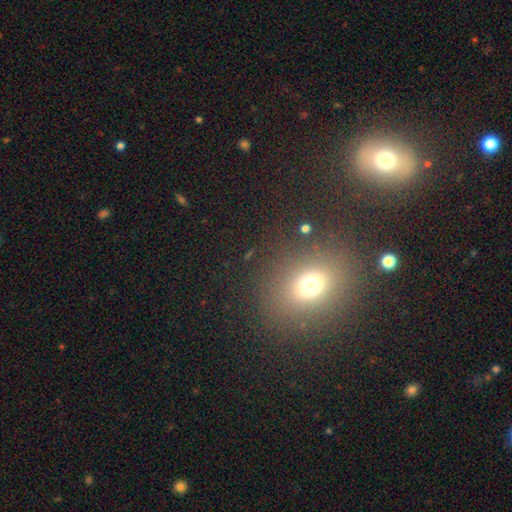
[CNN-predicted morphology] smooth-or-featured: smooth: 62% | star or artifact: 28% | featured or disk: 11%
  how-rounded: round: 58% | in between: 40% | cigar-shaped: 2%
  merging: none: 83% | minor disturbance: 8% | merger: 6% | major disturbance: 3%